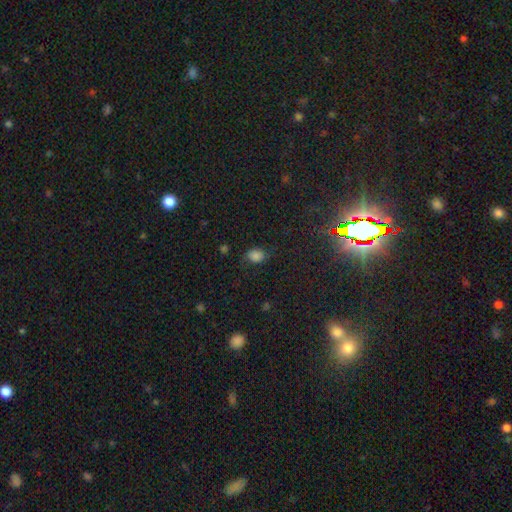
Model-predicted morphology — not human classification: The model was most divided on "how rounded": in between: 69%, round: 30%, cigar-shaped: 1%. More confident: smooth or featured — smooth (75%); merging — none (65%).